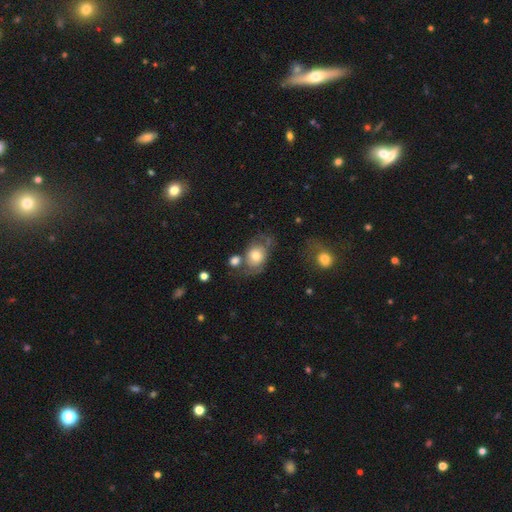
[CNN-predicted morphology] This appears to be a smooth galaxy with no disk features (61%) that is in between round and cigar-shaped (57%). Merging: none (46%).